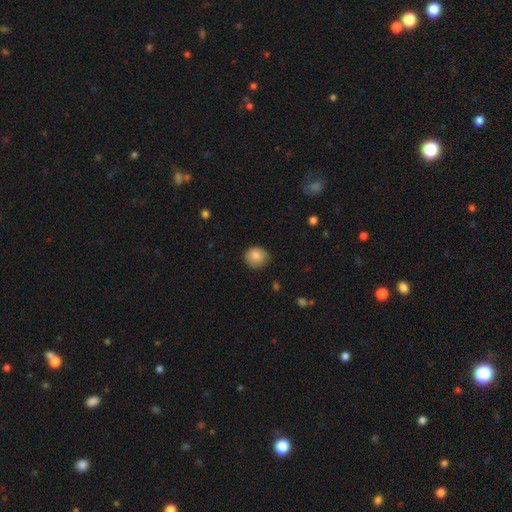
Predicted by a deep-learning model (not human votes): A smooth galaxy with no disk features (86%) that is round (87%).

Vote fractions:
- Smooth or featured? smooth: 86% / star or artifact: 8% / featured or disk: 6%
- How rounded? round: 87% / in between: 12% / cigar-shaped: 1%
- Merging? none: 81% / minor disturbance: 15% / major disturbance: 3% / merger: 1%